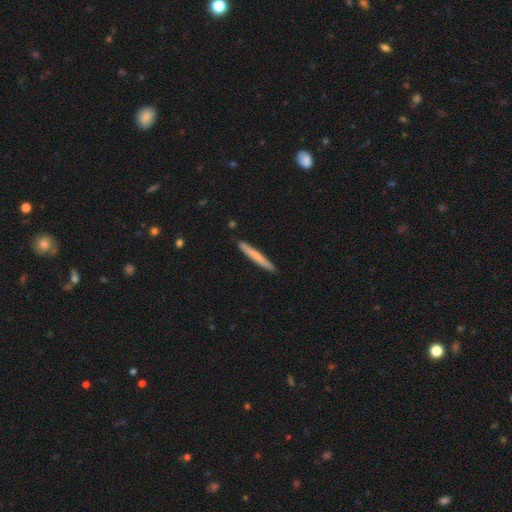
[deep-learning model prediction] Smooth or featured?
  - smooth: 73% *
  - featured or disk: 22%
  - star or artifact: 5%
How rounded?
  - cigar-shaped: 97% *
  - in between: 2%
  - round: 1%
Merging?
  - none: 91% *
  - minor disturbance: 6%
  - merger: 1%
  - major disturbance: 1%